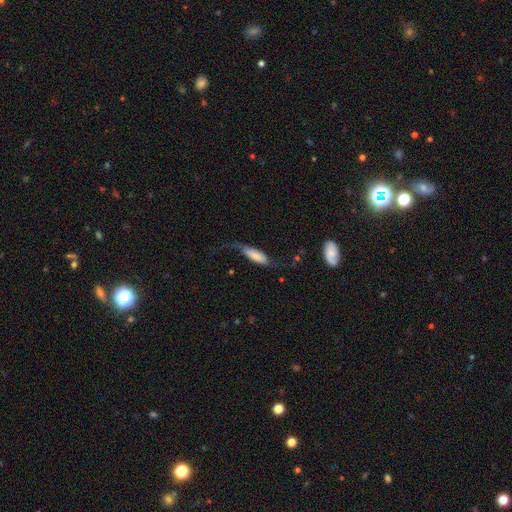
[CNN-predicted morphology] Smooth or featured?
  - smooth: 60% *
  - featured or disk: 33%
  - star or artifact: 7%
How rounded?
  - in between: 58% *
  - cigar-shaped: 39%
  - round: 3%
Merging?
  - none: 36% *
  - major disturbance: 34%
  - minor disturbance: 26%
  - merger: 4%